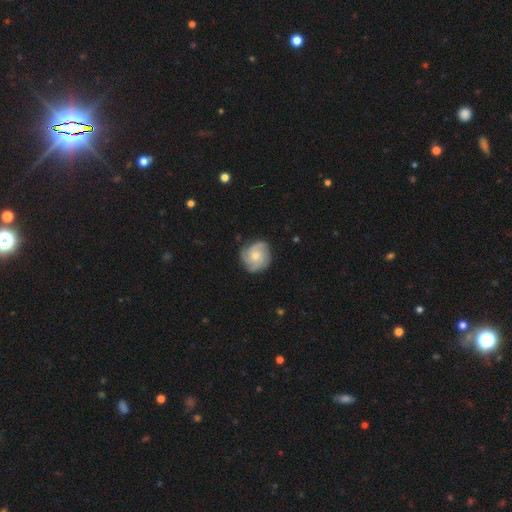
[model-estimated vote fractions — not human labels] A featured or disk galaxy (71%) with no bar (82%), 3 (46%) tight (56%) spiral arms (94%) and a moderate central bulge (51%). Merging: none (78%).